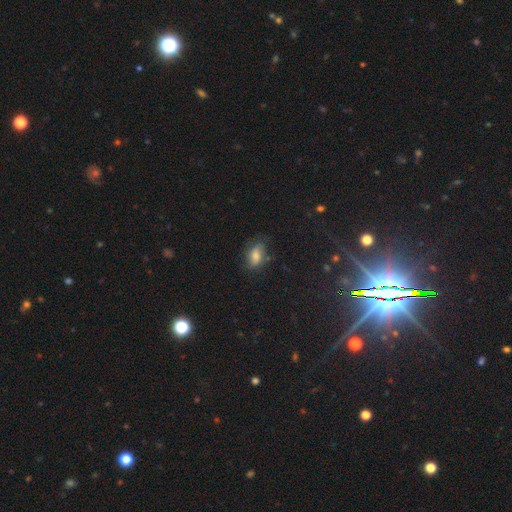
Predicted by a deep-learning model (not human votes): Morphology: type=smooth (60%); roundness=in between (86%); merging=none (66%).